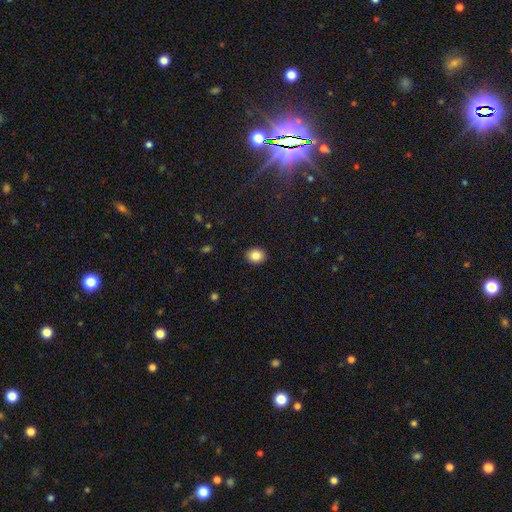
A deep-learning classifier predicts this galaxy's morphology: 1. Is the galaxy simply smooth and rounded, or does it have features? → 84% smooth, 9% star or artifact, 6% featured or disk.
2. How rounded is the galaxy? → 59% round, 41% in between, 1% cigar-shaped.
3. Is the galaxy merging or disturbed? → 91% none, 6% minor disturbance, 2% major disturbance, 1% merger.